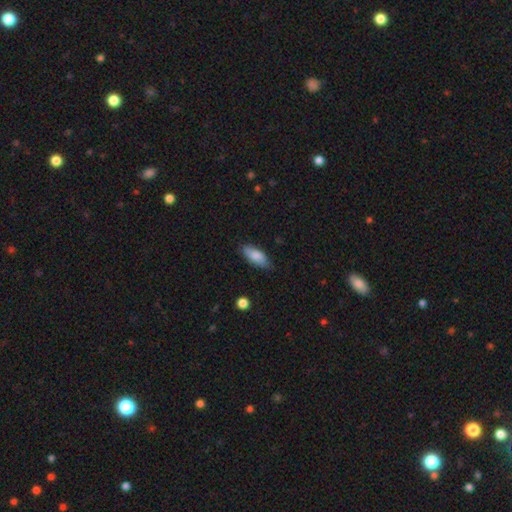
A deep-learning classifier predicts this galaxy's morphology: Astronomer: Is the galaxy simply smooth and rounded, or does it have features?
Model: smooth — 83%.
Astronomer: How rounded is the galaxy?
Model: in between — 79%.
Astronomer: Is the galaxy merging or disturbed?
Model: none — 80%.